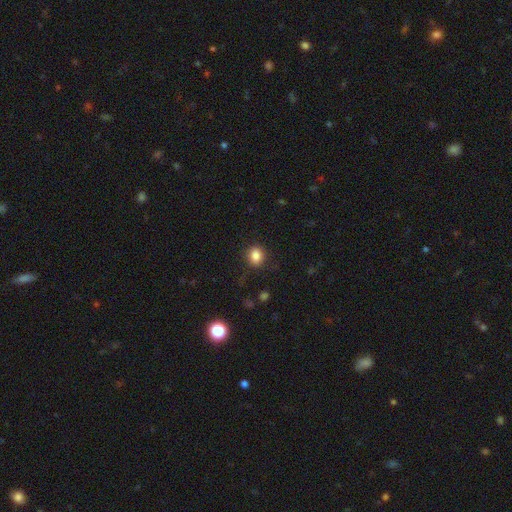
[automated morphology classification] smooth 84%, star or artifact 11%, featured or disk 5%. Down the decision tree: how rounded — round (64%); merging — none (84%).